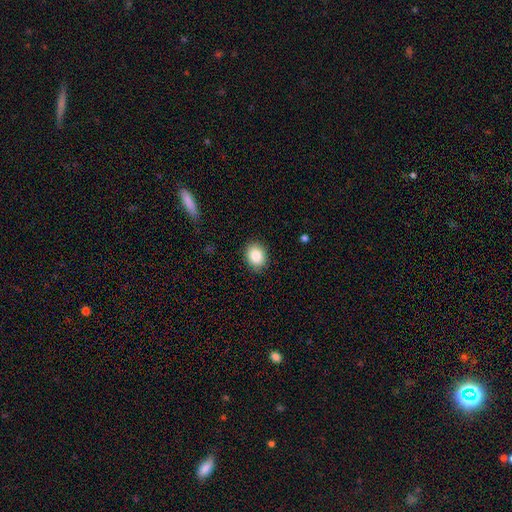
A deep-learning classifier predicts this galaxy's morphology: Overall: smooth (86%). How rounded: round (53%; in between 46%). Merging: none (89%).